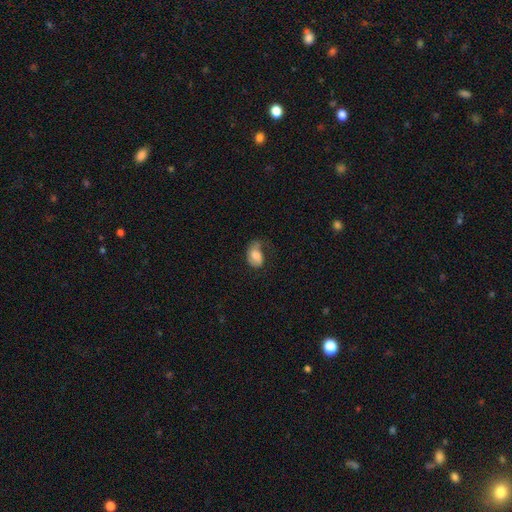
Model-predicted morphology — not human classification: A smooth galaxy with no disk features (68%) that is in between round and cigar-shaped (82%). Merging: none (35%).